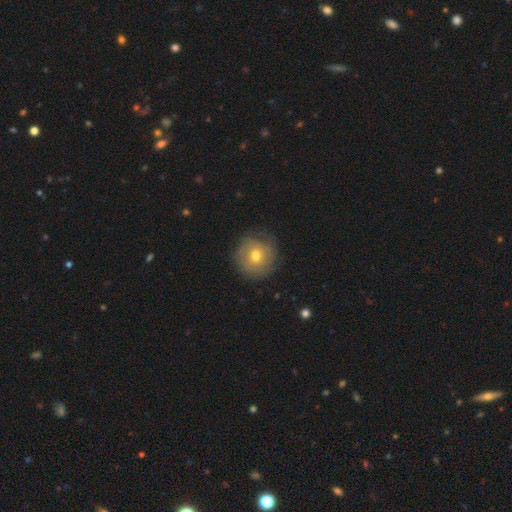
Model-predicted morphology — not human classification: type=smooth (56%); roundness=round (92%); merging=none (73%).